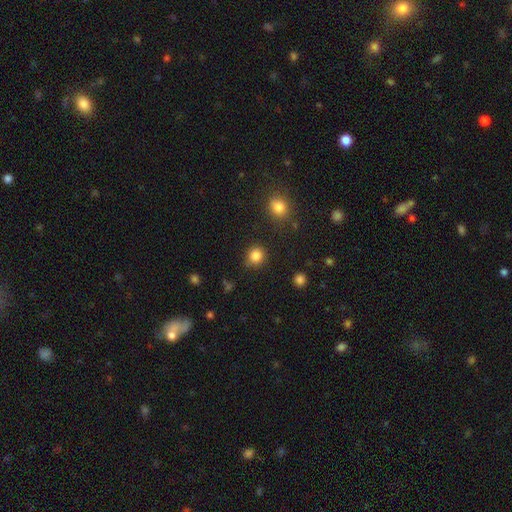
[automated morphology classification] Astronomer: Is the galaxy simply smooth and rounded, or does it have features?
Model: smooth — 85%.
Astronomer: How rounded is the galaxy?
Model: round — 86%.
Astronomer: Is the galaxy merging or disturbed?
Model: none — 84%.